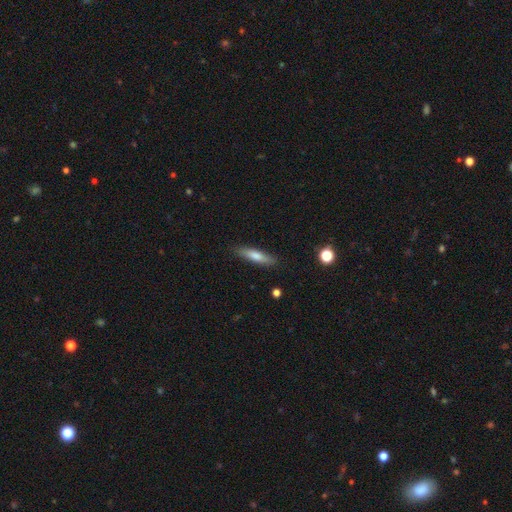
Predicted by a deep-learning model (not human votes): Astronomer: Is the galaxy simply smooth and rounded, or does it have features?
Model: smooth — 68%.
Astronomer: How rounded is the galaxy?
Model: cigar-shaped — 82%.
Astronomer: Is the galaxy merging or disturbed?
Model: none — 87%.